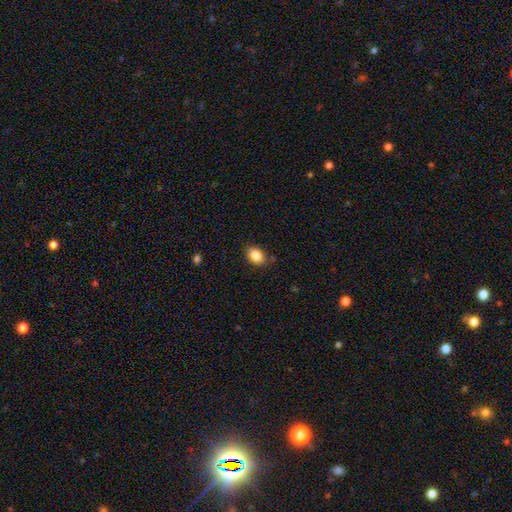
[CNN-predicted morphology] Smooth or featured? smooth (86%)
How rounded? in between (77%)
Merging? none (83%)